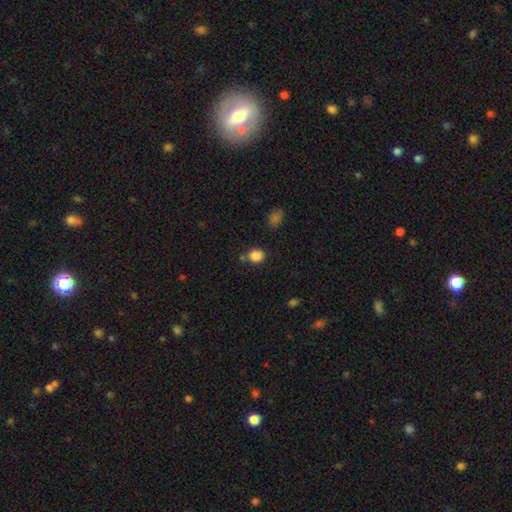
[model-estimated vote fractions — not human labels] The model was most divided on "how rounded": round: 77%, in between: 22%, cigar-shaped: 1%. More confident: smooth or featured — smooth (85%); merging — none (76%).